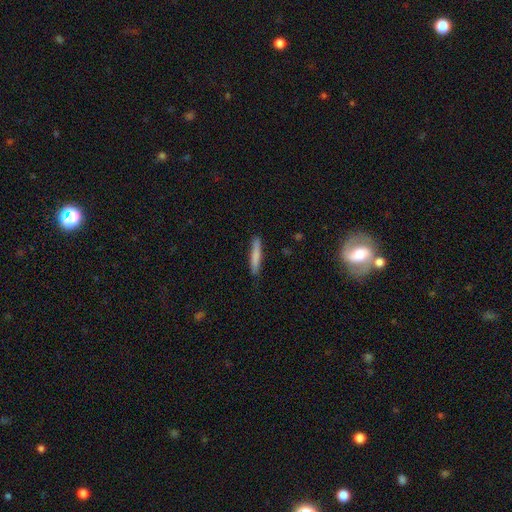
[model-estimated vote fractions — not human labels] The model was most divided on "smooth or featured": smooth: 76%, featured or disk: 18%, star or artifact: 6%. More confident: how rounded — cigar-shaped (94%); merging — none (85%).